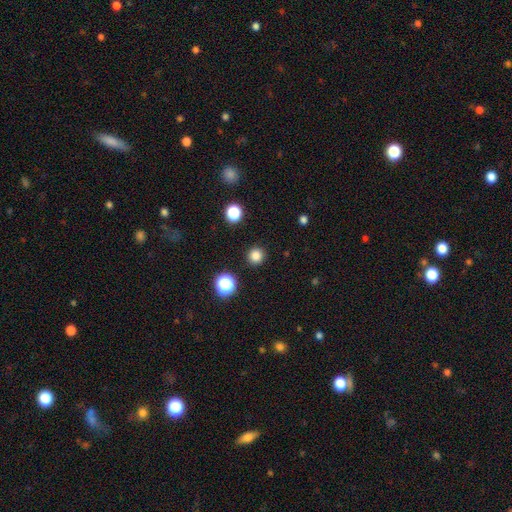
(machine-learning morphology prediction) Overall: smooth (82%). How rounded: round (95%). Merging: none (92%).